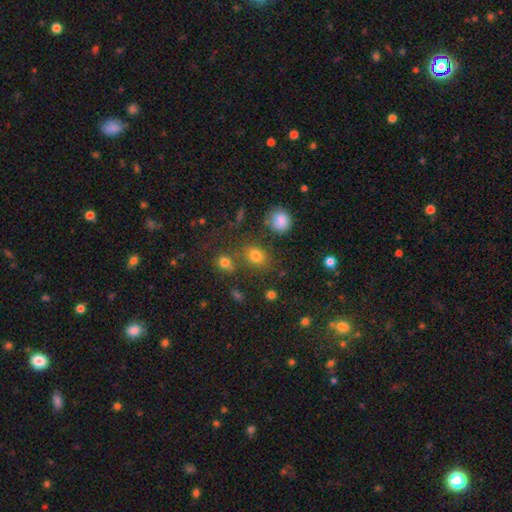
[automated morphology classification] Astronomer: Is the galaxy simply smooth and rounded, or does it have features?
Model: smooth — 76%.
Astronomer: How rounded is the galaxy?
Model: round — 50% (runner-up: in between, 48%).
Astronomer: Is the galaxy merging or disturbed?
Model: none — 69%.